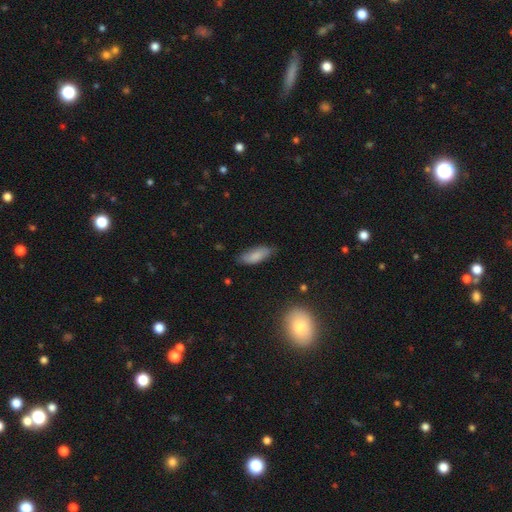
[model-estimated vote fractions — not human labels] smooth-or-featured: smooth: 83% | featured or disk: 11% | star or artifact: 7%
  how-rounded: in between: 71% | cigar-shaped: 27% | round: 2%
  merging: none: 77% | minor disturbance: 18% | major disturbance: 3% | merger: 1%